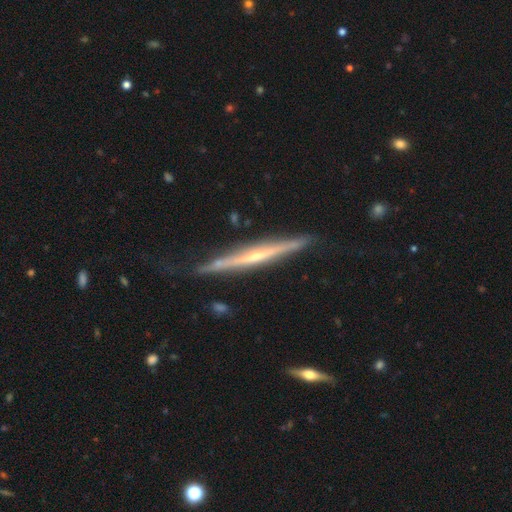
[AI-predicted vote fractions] featured or disk 80%, smooth 15%, star or artifact 5%. Down the decision tree: edge-on disk — yes (97%); edge-on bulge — rounded (63%); merging — none (82%).